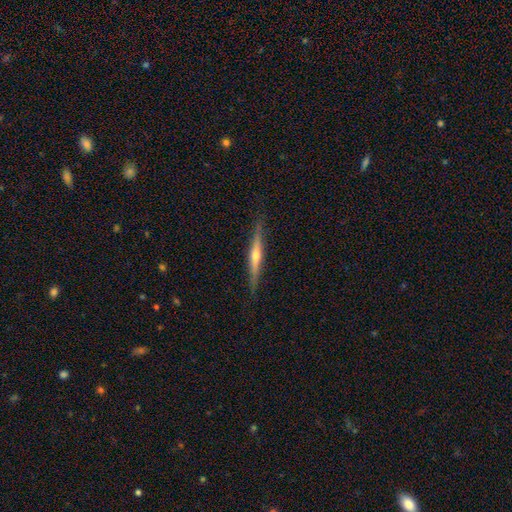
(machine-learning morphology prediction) This is likely a featured or disk galaxy (71%). It is clearly viewed edge-on (97%). Edge-on bulge: clearly rounded (83%). Merging: clearly none (88%).